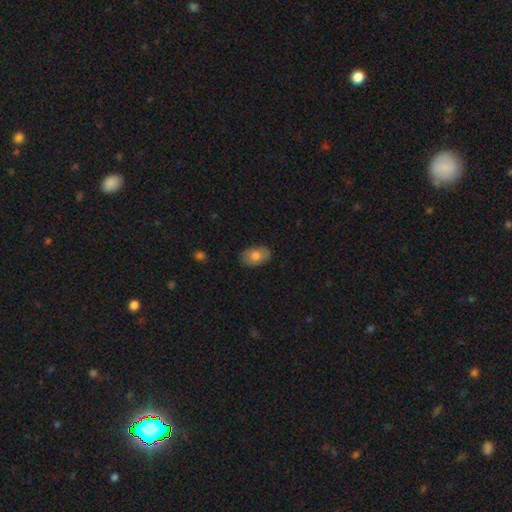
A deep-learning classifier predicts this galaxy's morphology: type=smooth (74%); roundness=in between (86%); merging=none (84%).